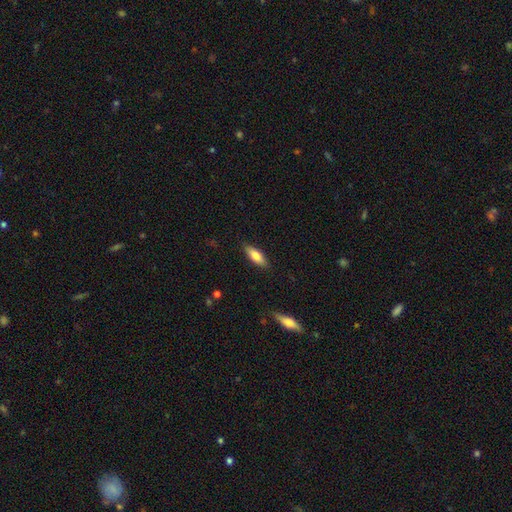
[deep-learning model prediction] Smooth or featured?
  - smooth: 73% *
  - featured or disk: 21%
  - star or artifact: 6%
How rounded?
  - in between: 63% *
  - cigar-shaped: 35%
  - round: 2%
Merging?
  - none: 87% *
  - minor disturbance: 10%
  - major disturbance: 2%
  - merger: 1%